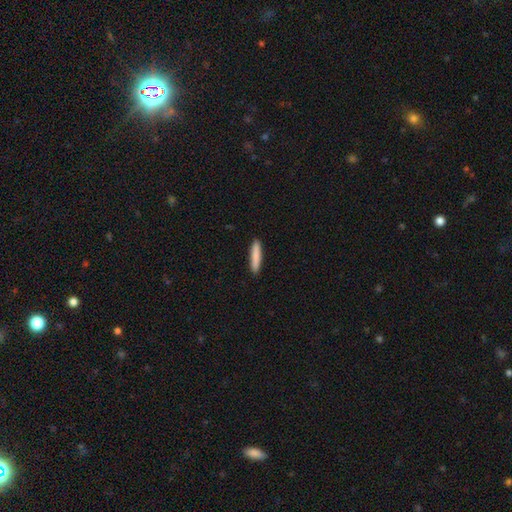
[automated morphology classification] smooth-or-featured: smooth: 85% | featured or disk: 10% | star or artifact: 6%
  how-rounded: cigar-shaped: 90% | in between: 9% | round: 1%
  merging: none: 91% | minor disturbance: 6% | major disturbance: 1% | merger: 1%